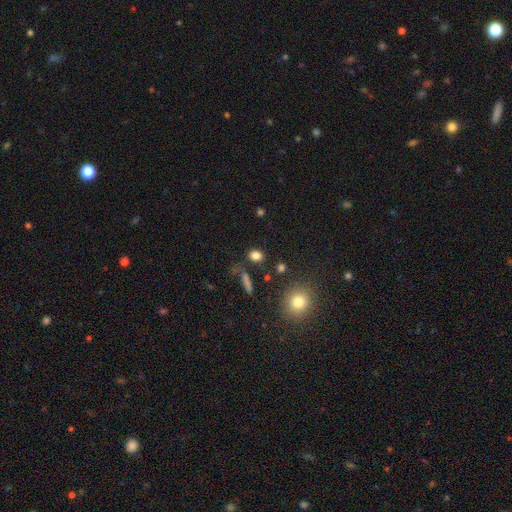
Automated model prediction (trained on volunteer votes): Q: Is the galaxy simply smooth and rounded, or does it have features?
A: smooth — 80%.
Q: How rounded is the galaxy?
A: in between — 52%.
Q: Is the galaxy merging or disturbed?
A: none — 80%.